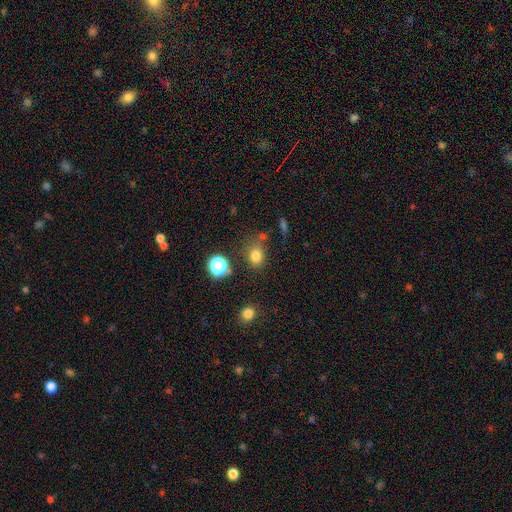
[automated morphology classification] This is likely a smooth galaxy (77%). How rounded: possibly in between (50%). Merging: likely none (71%).